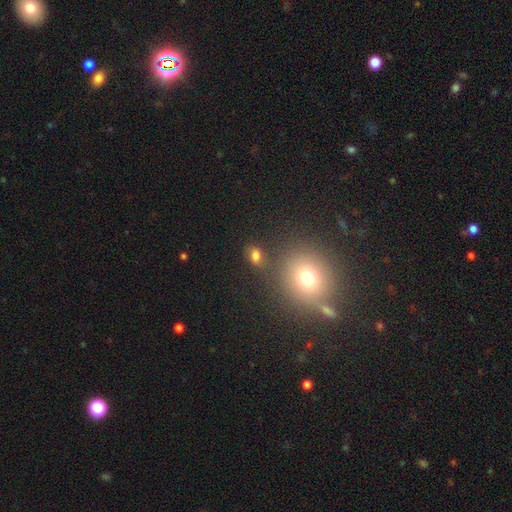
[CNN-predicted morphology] Smooth or featured? Predicted: smooth (p=0.73). How rounded? Predicted: in between (p=0.68). Merging? Predicted: none (p=0.63).